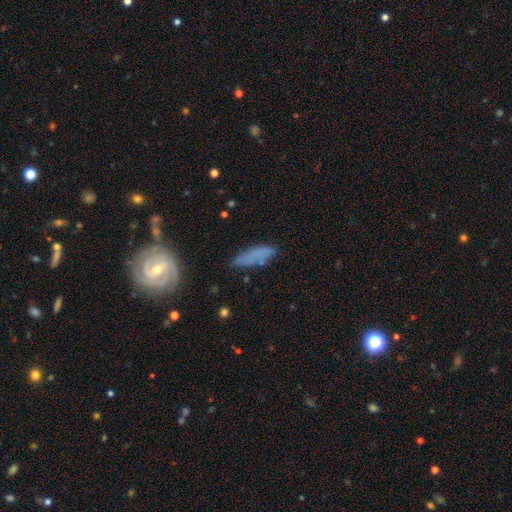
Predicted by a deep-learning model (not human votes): The model was most divided on "how rounded": cigar-shaped: 60%, in between: 37%, round: 3%. More confident: merging — none (64%); smooth or featured — smooth (58%).